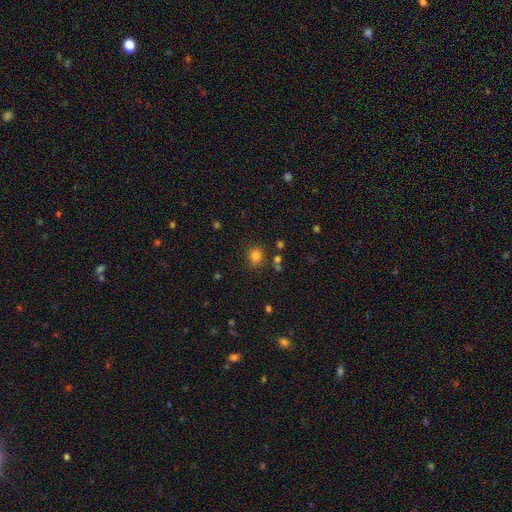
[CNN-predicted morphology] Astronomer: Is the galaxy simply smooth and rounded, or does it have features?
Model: smooth — 81%.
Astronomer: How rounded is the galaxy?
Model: round — 77%.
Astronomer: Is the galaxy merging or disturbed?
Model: none — 82%.